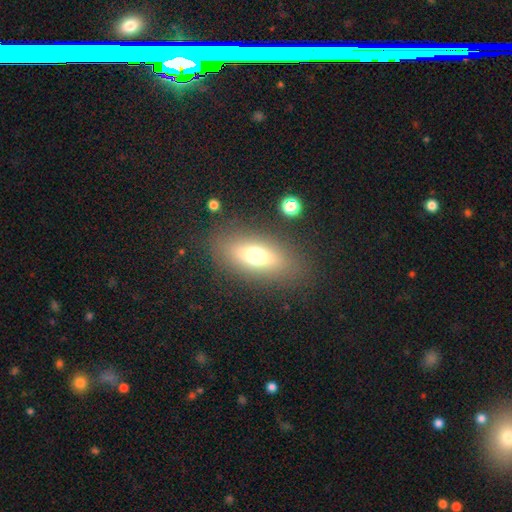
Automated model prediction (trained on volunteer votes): This appears to be a smooth galaxy with no disk features (63%) that is in between round and cigar-shaped (76%). Merging: none (82%).